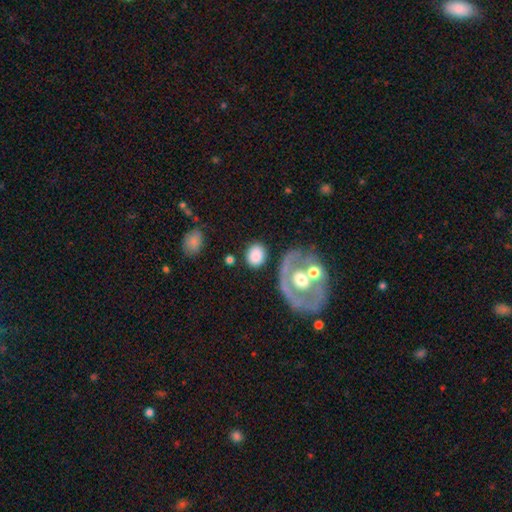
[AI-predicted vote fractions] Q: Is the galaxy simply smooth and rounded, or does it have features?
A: smooth — 76%.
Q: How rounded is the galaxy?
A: in between — 50%.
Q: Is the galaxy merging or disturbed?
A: none — 73%.